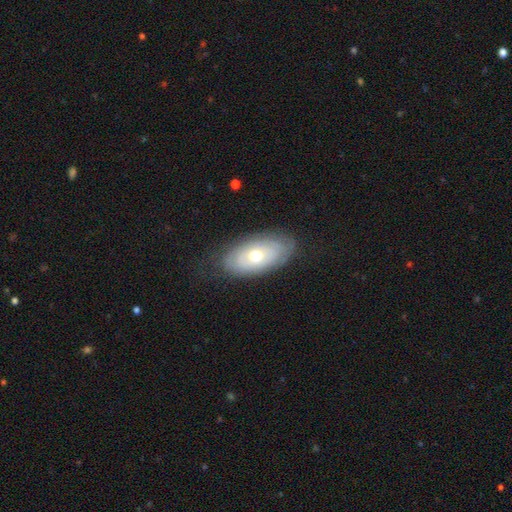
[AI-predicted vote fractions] This is possibly a featured or disk galaxy (51%). It is clearly not viewed edge-on (87%). Merging: likely none (78%).